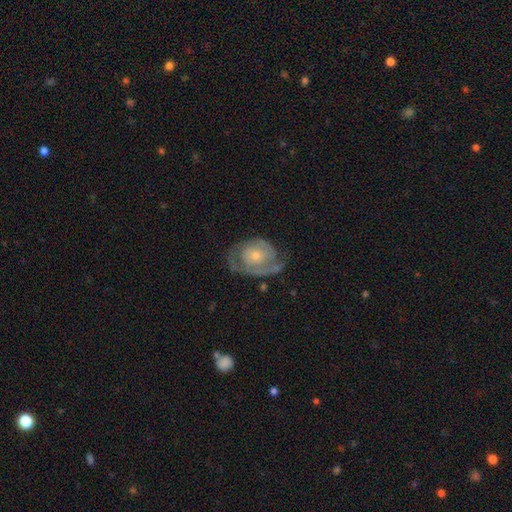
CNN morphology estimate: Q: Smooth or featured?
A: featured or disk (77%); runner-up: smooth (17%)
Q: Edge-on disk?
A: no (97%); runner-up: yes (3%)
Q: Bar?
A: no (78%); runner-up: weak (19%)
Q: Spiral arms?
A: yes (84%); runner-up: no (16%)
Q: Spiral winding?
A: tight (56%); runner-up: medium (32%)
Q: Spiral arm count?
A: 2 (50%); runner-up: can't tell (25%)
Q: Bulge size?
A: small (57%); runner-up: moderate (37%)
Q: Merging?
A: none (60%); runner-up: minor disturbance (22%)